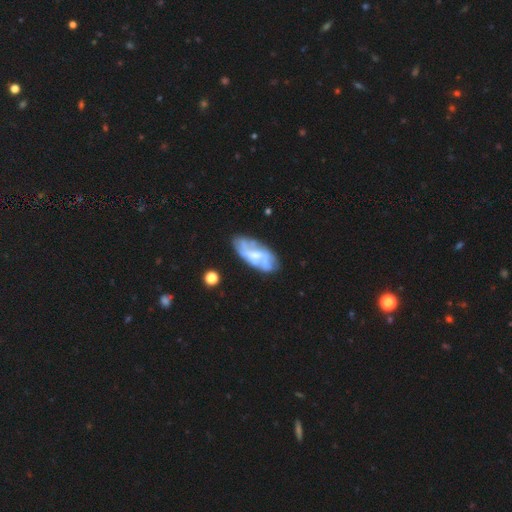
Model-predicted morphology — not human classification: featured or disk 63%, smooth 29%, star or artifact 7%. Down the decision tree: edge-on disk — no (92%); bar — no (44%); spiral arms — yes (56%); bulge size — small (39%); merging — none (55%).